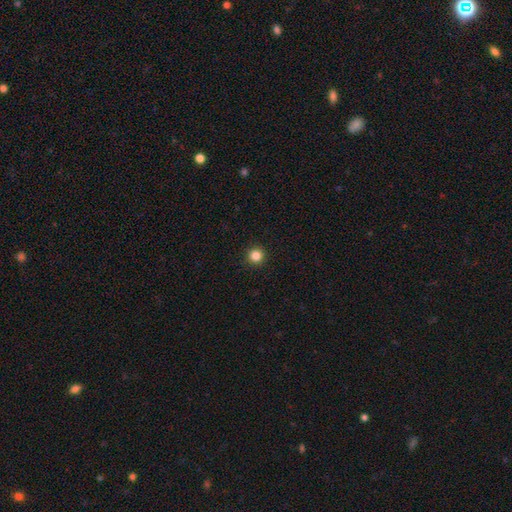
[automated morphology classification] Smooth or featured: smooth — 84% (star or artifact — 12%)
How rounded: round — 96% (in between — 3%)
Merging: none — 94% (minor disturbance — 4%)